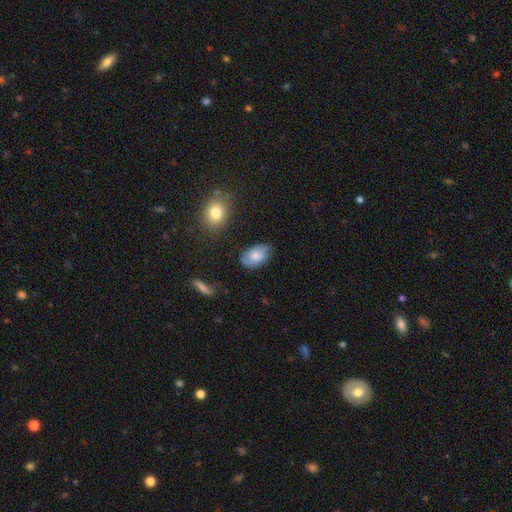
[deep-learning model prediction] Smooth or featured: smooth — 68% (featured or disk — 25%)
How rounded: in between — 91% (round — 7%)
Merging: none — 72% (minor disturbance — 21%)